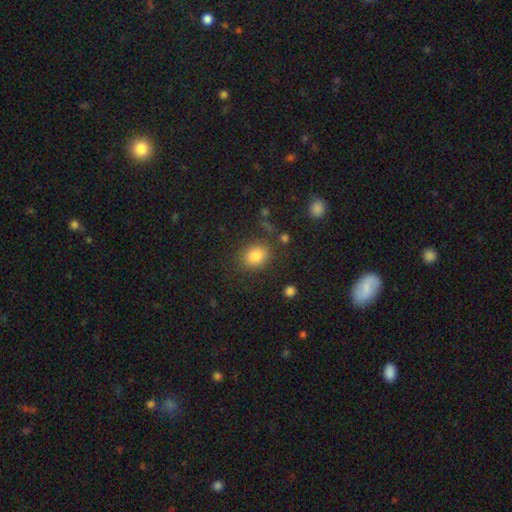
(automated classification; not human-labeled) smooth 83%, star or artifact 10%, featured or disk 7%. Down the decision tree: how rounded — round (55%); merging — none (79%).